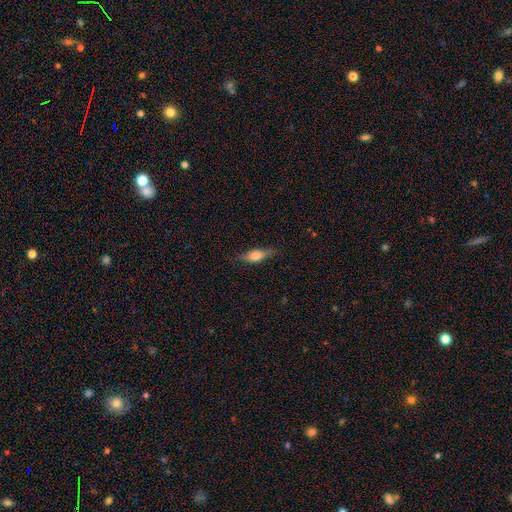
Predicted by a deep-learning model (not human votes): Smooth or featured: smooth — 61% (featured or disk — 31%)
How rounded: in between — 61% (cigar-shaped — 34%)
Merging: none — 80% (minor disturbance — 16%)